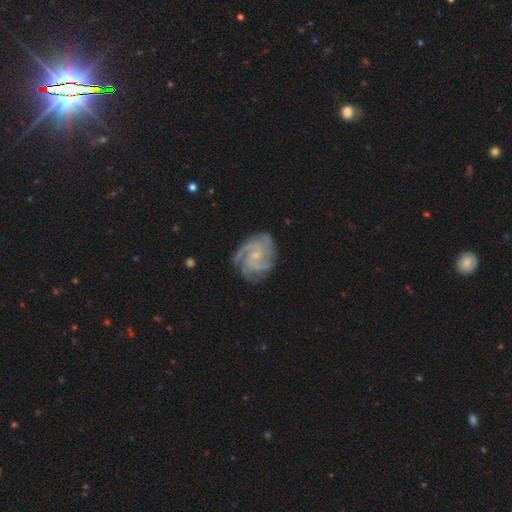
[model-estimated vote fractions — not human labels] A featured or disk galaxy (88%) with no bar (63%), 3 (41%) tight (52%) spiral arms (97%) and a small central bulge (75%).

Vote fractions:
- Smooth or featured? featured or disk: 88% / smooth: 7% / star or artifact: 5%
- Edge-on disk? no: 98% / yes: 2%
- Bar? no: 63% / weak: 32% / strong: 5%
- Spiral arms? yes: 97% / no: 3%
- Spiral winding? tight: 52% / medium: 40% / loose: 8%
- Spiral arm count? 3: 41% / 2: 18% / 4: 16% / can't tell: 14% / more than 4: 5% / 1: 5%
- Bulge size? small: 75% / moderate: 18% / none: 5% / large: 1% / dominant: 1%
- Merging? none: 72% / minor disturbance: 19% / major disturbance: 7% / merger: 1%